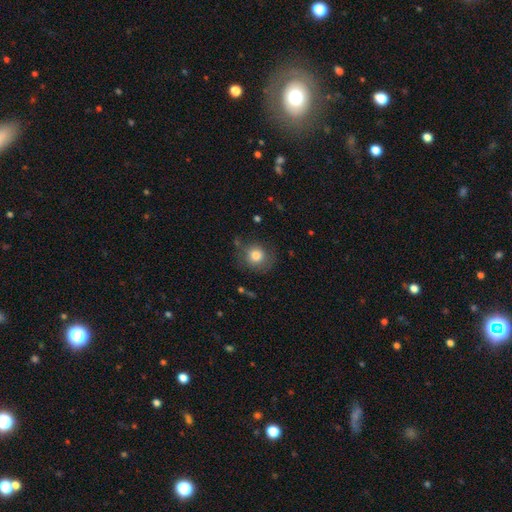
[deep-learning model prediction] The model was most divided on "merging": none: 73%, minor disturbance: 18%, major disturbance: 6%, merger: 3%. More confident: how rounded — round (85%); smooth or featured — smooth (79%).